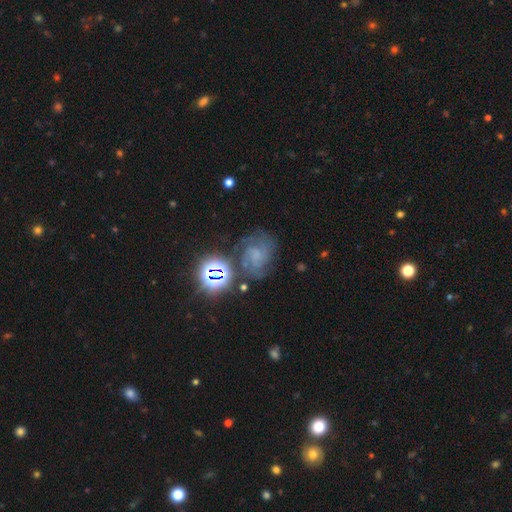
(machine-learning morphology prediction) This is possibly a featured or disk galaxy (59%). It is clearly not viewed edge-on (97%). Bar: possibly no (58%). Spiral arm pattern: clearly yes (91%). Spiral arm count: marginally 2 (33%). Spiral winding: possibly tight (47%). Central bulge: marginally small (40%). Merging: likely none (61%).